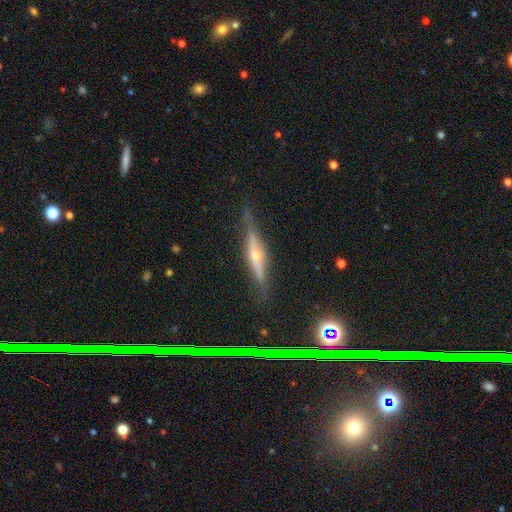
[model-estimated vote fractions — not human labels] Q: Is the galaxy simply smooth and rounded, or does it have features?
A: featured or disk — 74%.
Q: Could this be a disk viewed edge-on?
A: yes — 96%.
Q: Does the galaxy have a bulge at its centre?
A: rounded — 81%.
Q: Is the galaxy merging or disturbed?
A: none — 84%.